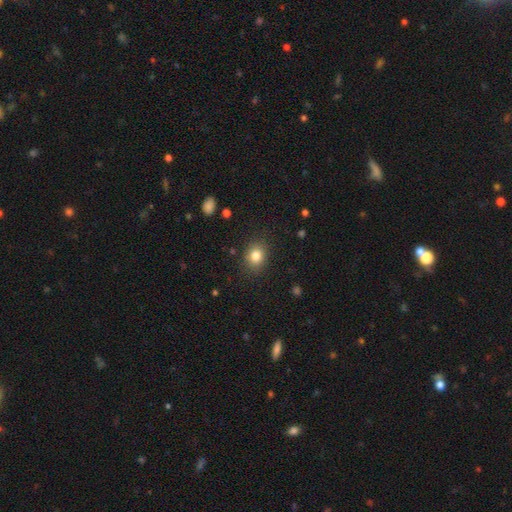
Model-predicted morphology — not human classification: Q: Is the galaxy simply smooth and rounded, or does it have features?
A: smooth — 82%.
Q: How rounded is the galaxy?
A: round — 61%.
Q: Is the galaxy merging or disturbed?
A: none — 86%.